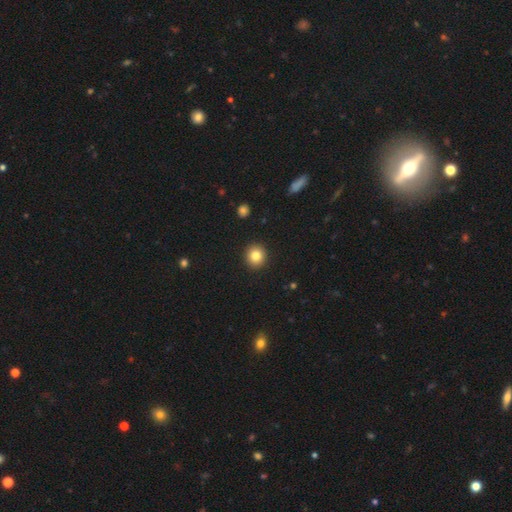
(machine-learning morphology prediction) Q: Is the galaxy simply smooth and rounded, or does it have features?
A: smooth — 83%.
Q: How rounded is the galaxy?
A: round — 89%.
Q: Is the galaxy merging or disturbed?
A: none — 92%.